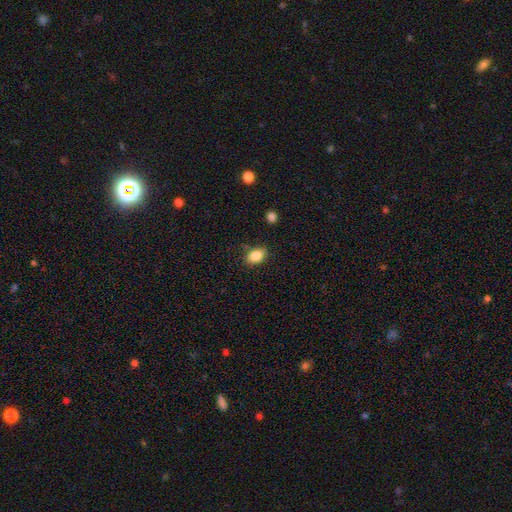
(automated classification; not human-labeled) The model was most divided on "merging": none: 77%, minor disturbance: 17%, major disturbance: 4%, merger: 2%. More confident: smooth or featured — smooth (86%); how rounded — in between (84%).